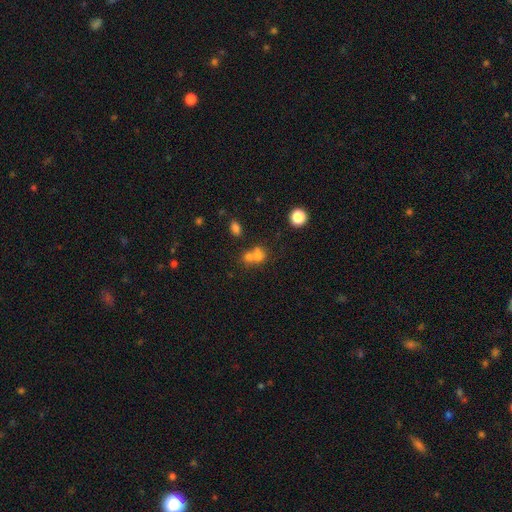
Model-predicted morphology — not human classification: smooth_or_featured: smooth (p=0.71) [alt: star or artifact p=0.15]
how_rounded: round (p=0.63) [alt: in between p=0.35]
merging: merger (p=0.57) [alt: none p=0.30]